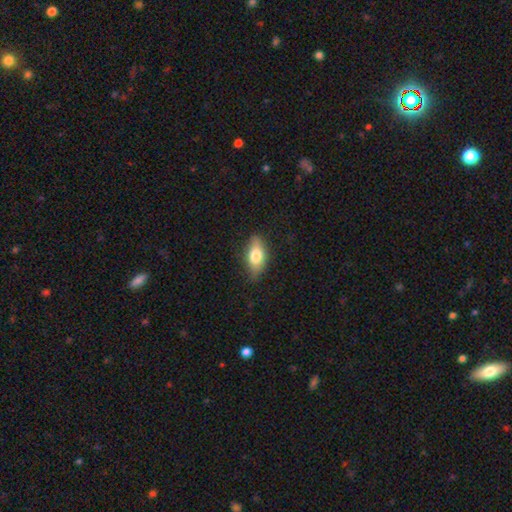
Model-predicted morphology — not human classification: This appears to be a smooth galaxy with no disk features (72%) that is in between round and cigar-shaped (83%). Merging: none (80%).